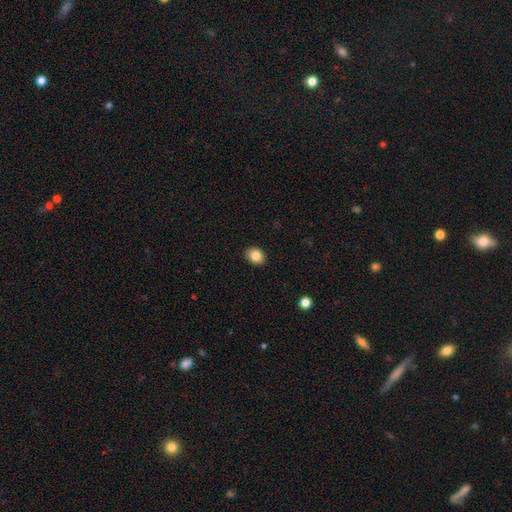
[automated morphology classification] A smooth galaxy with no disk features (84%) that is in between round and cigar-shaped (56%).

Vote fractions:
- Smooth or featured? smooth: 84% / star or artifact: 9% / featured or disk: 7%
- How rounded? in between: 56% / round: 43% / cigar-shaped: 1%
- Merging? none: 90% / minor disturbance: 8% / major disturbance: 2% / merger: 1%